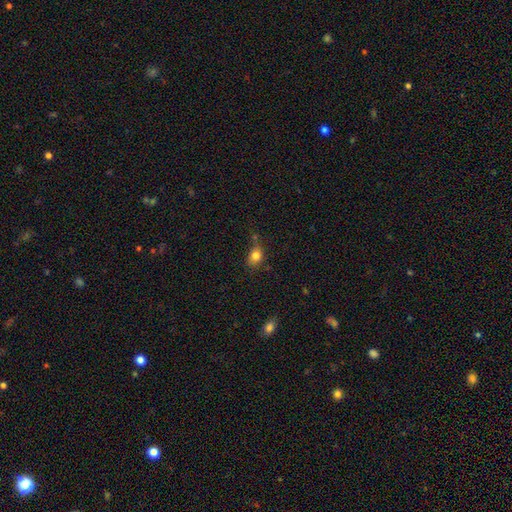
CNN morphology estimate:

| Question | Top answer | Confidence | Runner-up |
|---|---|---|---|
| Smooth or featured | smooth | 82% | star or artifact (11%) |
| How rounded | in between | 55% | round (44%) |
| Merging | none | 62% | minor disturbance (22%) |